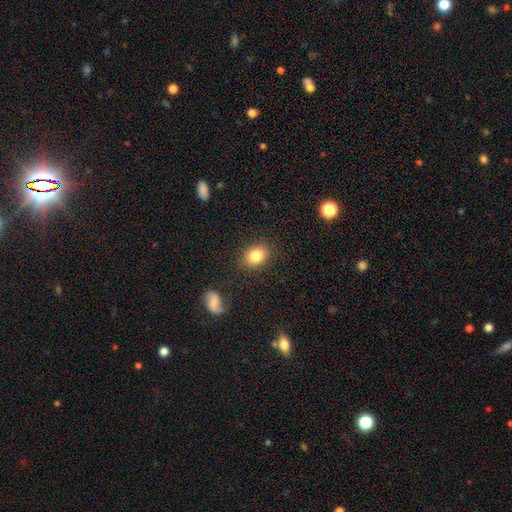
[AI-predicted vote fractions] A smooth galaxy with no disk features (82%) that is in between round and cigar-shaped (55%).

Vote fractions:
- Smooth or featured? smooth: 82% / star or artifact: 9% / featured or disk: 8%
- How rounded? in between: 55% / round: 44% / cigar-shaped: 1%
- Merging? none: 84% / minor disturbance: 10% / major disturbance: 3% / merger: 2%